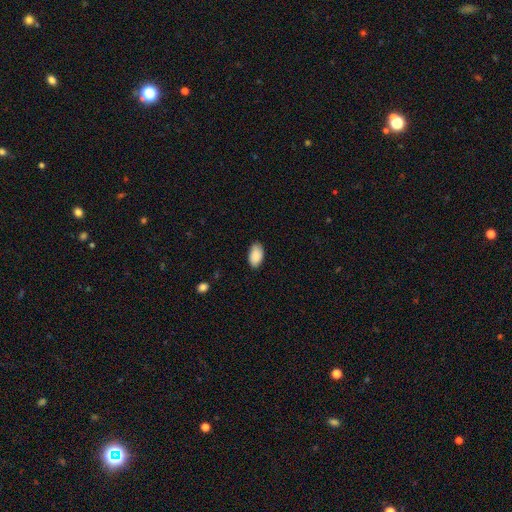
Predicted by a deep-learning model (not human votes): Smooth or featured? smooth (89%)
How rounded? in between (95%)
Merging? none (82%)